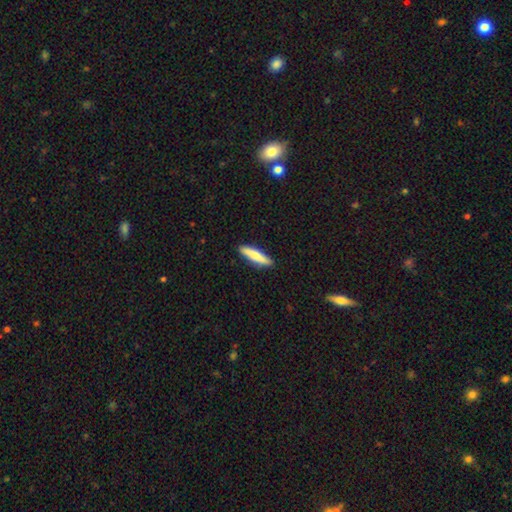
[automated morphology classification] Smooth or featured? smooth (74%)
How rounded? cigar-shaped (82%)
Merging? none (90%)